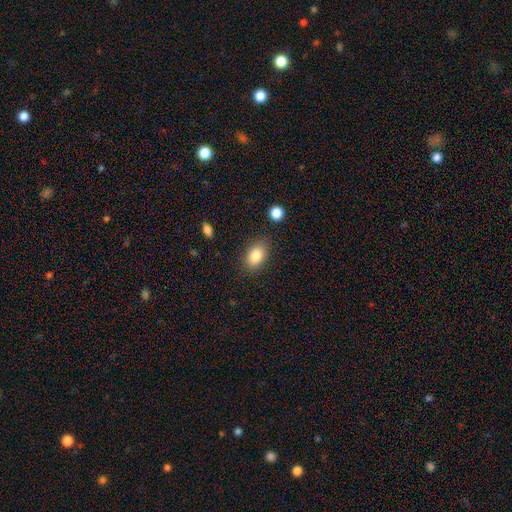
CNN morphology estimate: Smooth or featured: smooth — 83% (star or artifact — 9%)
How rounded: in between — 85% (round — 13%)
Merging: none — 82% (minor disturbance — 12%)